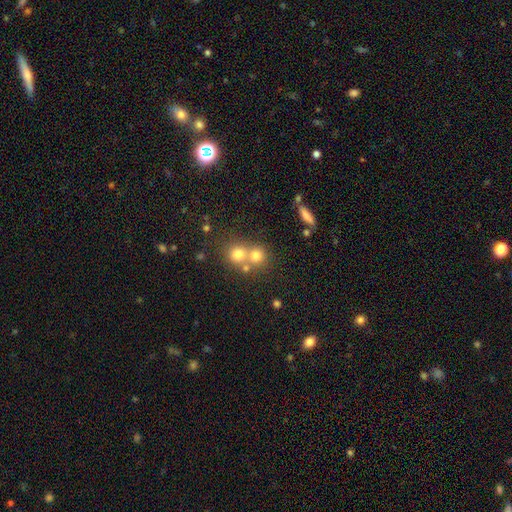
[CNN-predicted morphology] Overall: smooth (73%). How rounded: round (85%). Merging: merger (49%; none 42%).